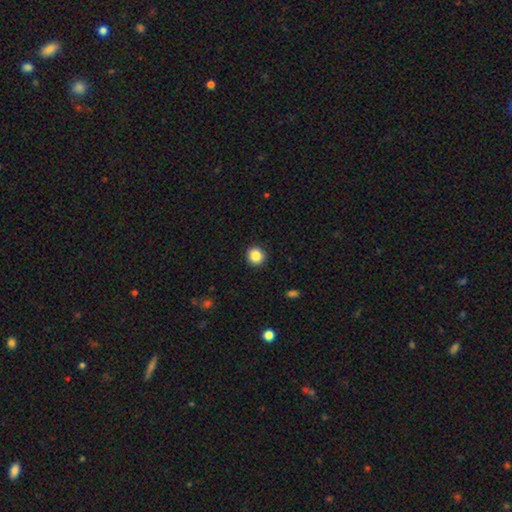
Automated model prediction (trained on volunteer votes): Smooth or featured? smooth (87%)
How rounded? round (92%)
Merging? none (92%)